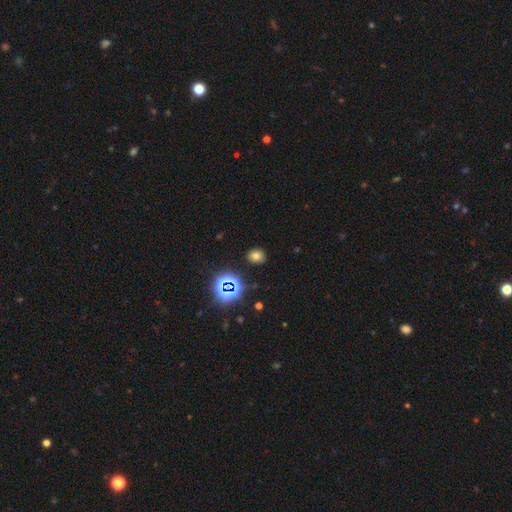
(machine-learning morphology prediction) This is likely a smooth galaxy (67%). How rounded: likely round (70%). Merging: clearly none (86%).